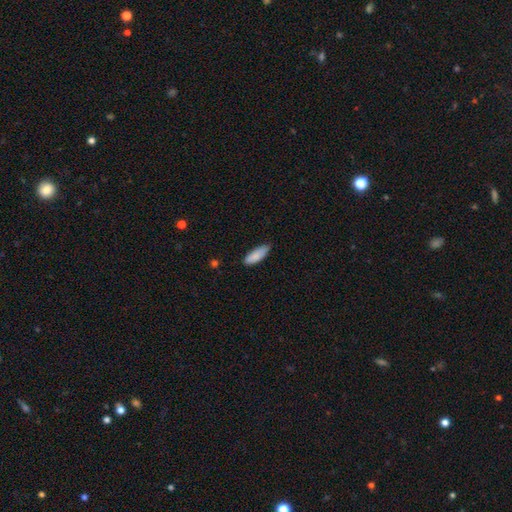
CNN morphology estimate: Overall: smooth (87%). How rounded: in between (65%; cigar-shaped 34%). Merging: none (80%).